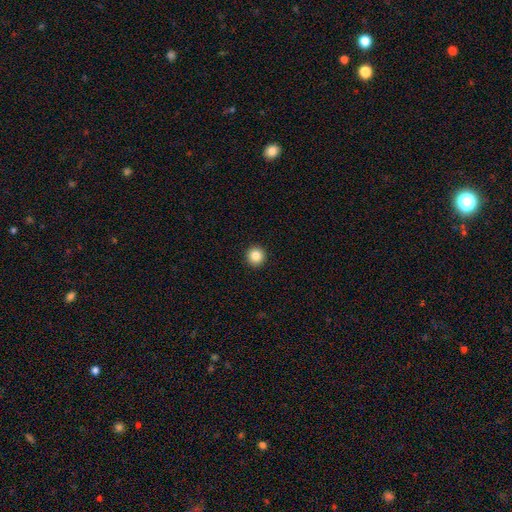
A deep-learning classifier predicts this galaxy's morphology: Smooth or featured? smooth (86%)
How rounded? round (96%)
Merging? none (94%)